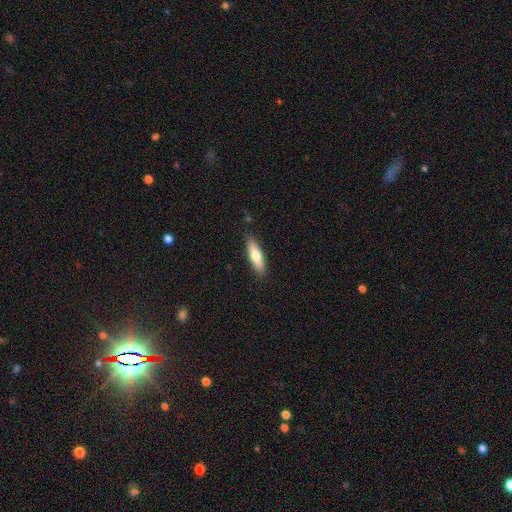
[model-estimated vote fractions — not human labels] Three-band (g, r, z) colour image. It shows a smooth galaxy with no disk features (69%) that is cigar-shaped (58%). Merging: none (87%).